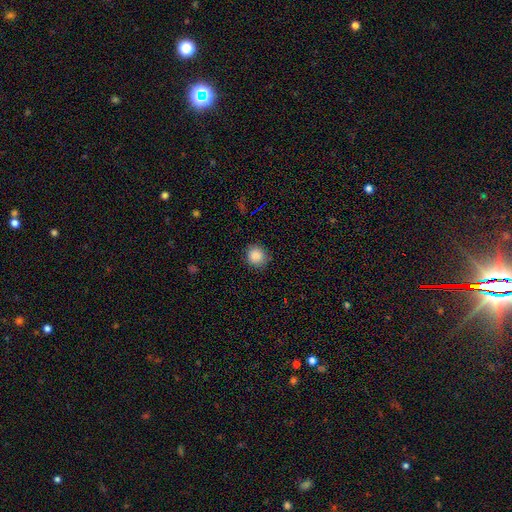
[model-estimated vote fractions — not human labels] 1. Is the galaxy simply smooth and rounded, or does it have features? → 87% smooth, 10% star or artifact, 4% featured or disk.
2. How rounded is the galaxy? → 87% round, 12% in between, 1% cigar-shaped.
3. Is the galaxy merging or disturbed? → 88% none, 9% minor disturbance, 2% major disturbance, 1% merger.